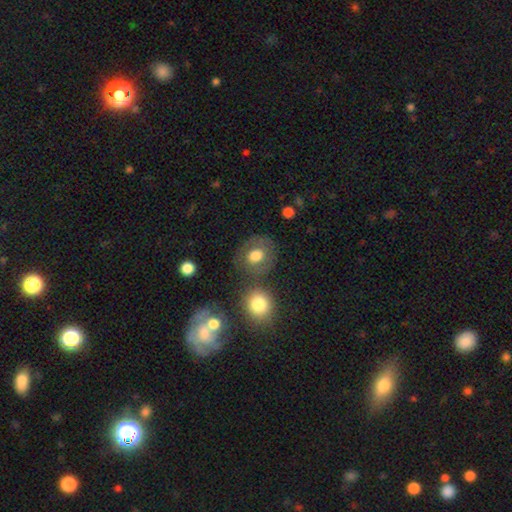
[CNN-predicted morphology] smooth_or_featured: smooth (p=0.67) [alt: featured or disk p=0.24]
how_rounded: round (p=0.74) [alt: in between p=0.25]
merging: none (p=0.69) [alt: minor disturbance p=0.13]